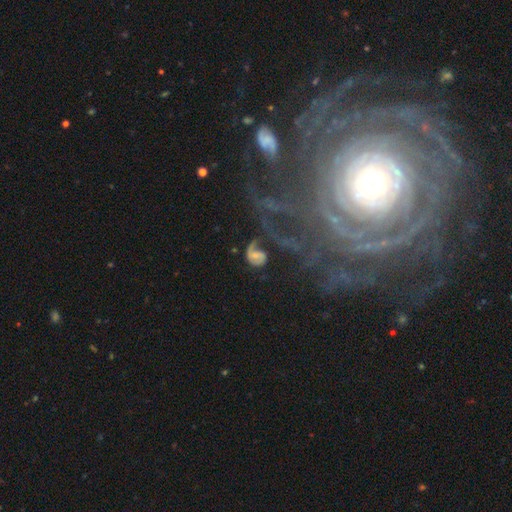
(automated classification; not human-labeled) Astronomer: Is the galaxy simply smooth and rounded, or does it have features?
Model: featured or disk — 60%.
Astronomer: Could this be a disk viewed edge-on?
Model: no — 97%.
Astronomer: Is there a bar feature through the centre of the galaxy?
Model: no — 51% (runner-up: weak, 35%).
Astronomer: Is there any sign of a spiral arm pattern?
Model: yes — 81%.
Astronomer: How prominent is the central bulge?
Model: small — 49% (runner-up: moderate, 31%).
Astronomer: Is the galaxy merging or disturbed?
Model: none — 44% (runner-up: major disturbance, 26%).